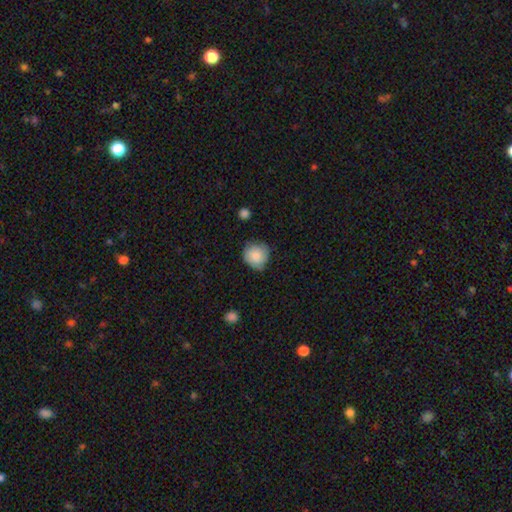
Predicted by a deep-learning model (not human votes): A smooth galaxy with no disk features (81%) that is round (87%). Merging: none (67%).